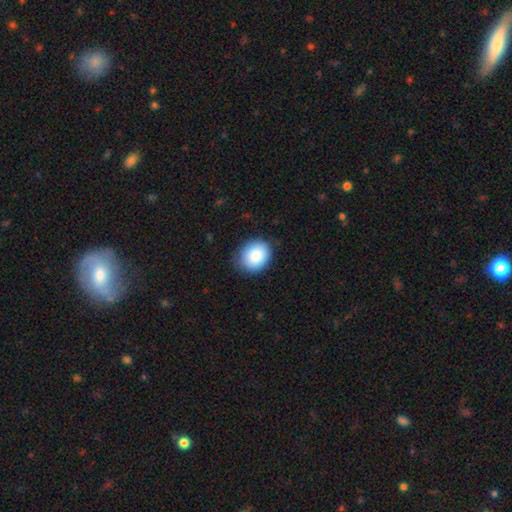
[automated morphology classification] Smooth or featured?
  - smooth: 88% *
  - star or artifact: 7%
  - featured or disk: 5%
How rounded?
  - round: 56% *
  - in between: 43%
  - cigar-shaped: 1%
Merging?
  - none: 78% *
  - minor disturbance: 17%
  - major disturbance: 3%
  - merger: 1%